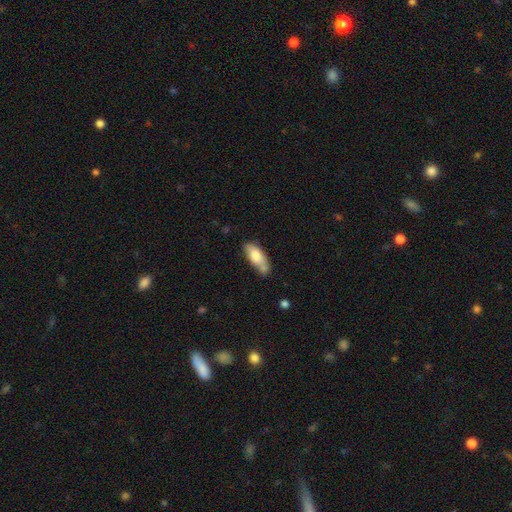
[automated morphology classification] The model was most divided on "merging": none: 51%, minor disturbance: 26%, merger: 16%, major disturbance: 7%. More confident: smooth or featured — smooth (77%); how rounded — in between (75%).